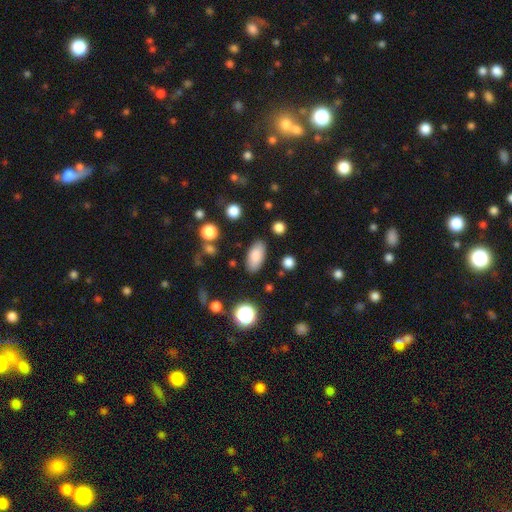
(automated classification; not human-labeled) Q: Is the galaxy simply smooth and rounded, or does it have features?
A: smooth — 85%.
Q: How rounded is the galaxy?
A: in between — 89%.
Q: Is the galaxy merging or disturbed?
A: none — 85%.